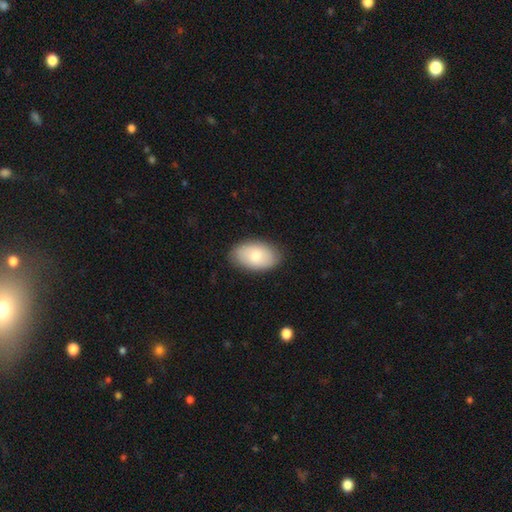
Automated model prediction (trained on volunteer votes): A smooth galaxy with no disk features (78%) that is in between round and cigar-shaped (93%).

Vote fractions:
- Smooth or featured? smooth: 78% / featured or disk: 16% / star or artifact: 6%
- How rounded? in between: 93% / round: 6% / cigar-shaped: 1%
- Merging? none: 83% / minor disturbance: 13% / major disturbance: 3% / merger: 1%